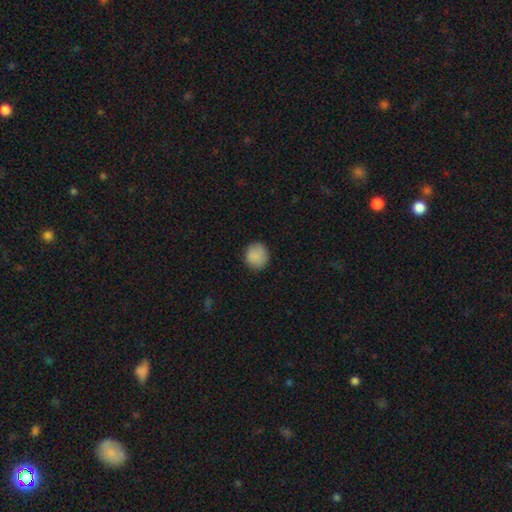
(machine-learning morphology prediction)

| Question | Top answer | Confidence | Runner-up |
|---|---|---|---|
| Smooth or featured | smooth | 88% | star or artifact (8%) |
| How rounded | round | 86% | in between (13%) |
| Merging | none | 86% | minor disturbance (11%) |